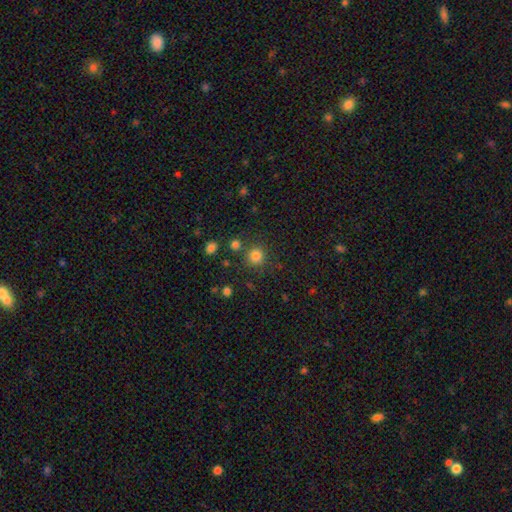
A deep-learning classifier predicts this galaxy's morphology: Smooth or featured? smooth (81%)
How rounded? round (92%)
Merging? none (80%)